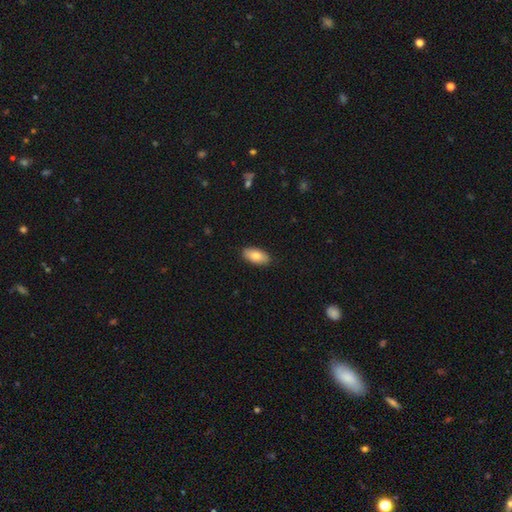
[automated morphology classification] Smooth or featured: smooth — 81% (featured or disk — 13%)
How rounded: in between — 92% (cigar-shaped — 5%)
Merging: none — 90% (minor disturbance — 8%)